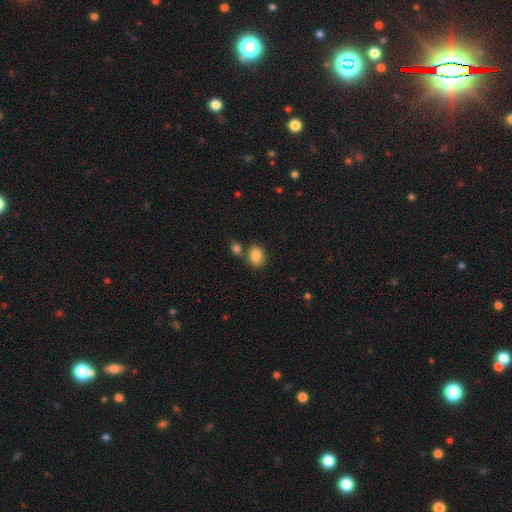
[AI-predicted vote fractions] This appears to be a smooth galaxy with no disk features (86%) that is in between round and cigar-shaped (64%). Merging: none (63%).